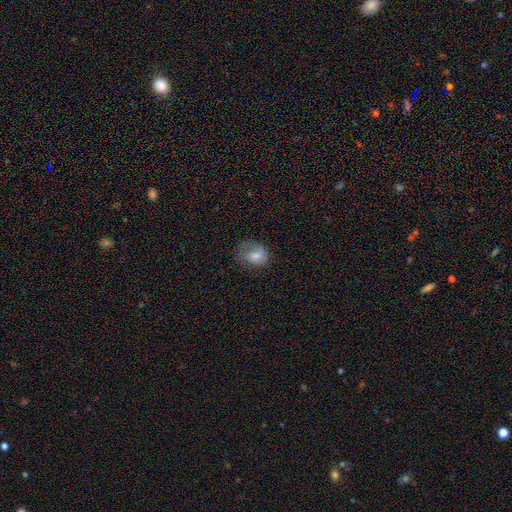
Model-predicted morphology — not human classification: Smooth or featured? Predicted: smooth (p=0.58). How rounded? Predicted: in between (p=0.60). Merging? Predicted: none (p=0.56).